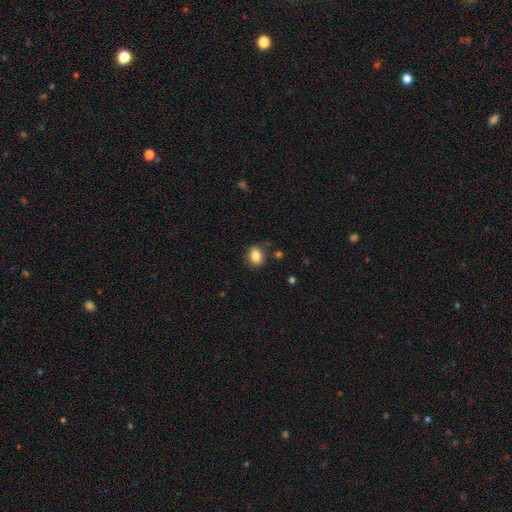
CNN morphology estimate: type=smooth (83%); roundness=in between (65%); merging=none (82%).